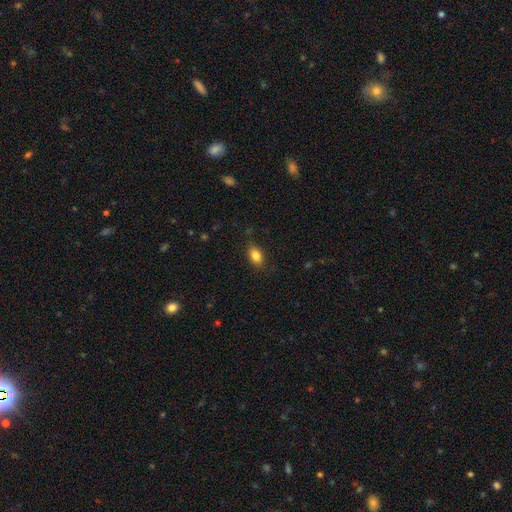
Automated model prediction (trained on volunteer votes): smooth-or-featured: smooth: 84% | star or artifact: 9% | featured or disk: 7%
  how-rounded: in between: 87% | round: 10% | cigar-shaped: 3%
  merging: none: 84% | minor disturbance: 12% | major disturbance: 3% | merger: 1%